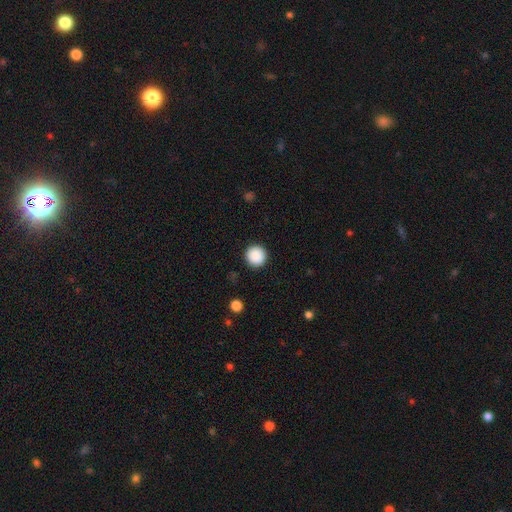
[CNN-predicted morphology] Overall: smooth (89%). How rounded: round (96%). Merging: none (93%).